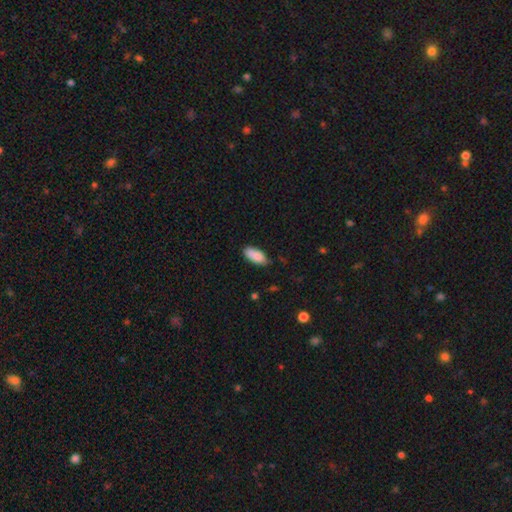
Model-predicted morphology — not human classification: Q: Smooth or featured?
A: smooth (85%); runner-up: featured or disk (9%)
Q: How rounded?
A: in between (88%); runner-up: cigar-shaped (10%)
Q: Merging?
A: none (70%); runner-up: minor disturbance (22%)